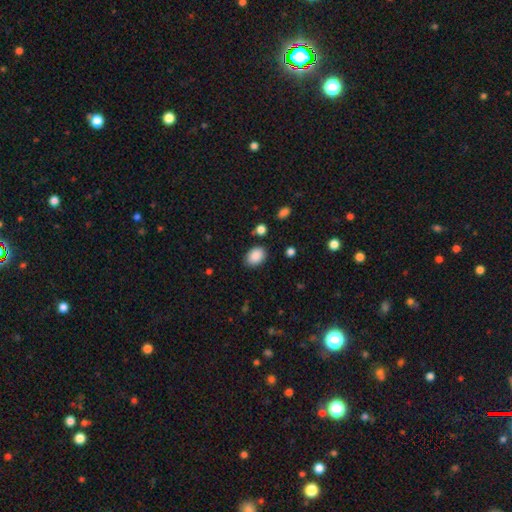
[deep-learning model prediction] Smooth or featured?
  - smooth: 88% *
  - star or artifact: 8%
  - featured or disk: 4%
How rounded?
  - in between: 76% *
  - round: 23%
  - cigar-shaped: 1%
Merging?
  - none: 83% *
  - minor disturbance: 12%
  - major disturbance: 3%
  - merger: 2%